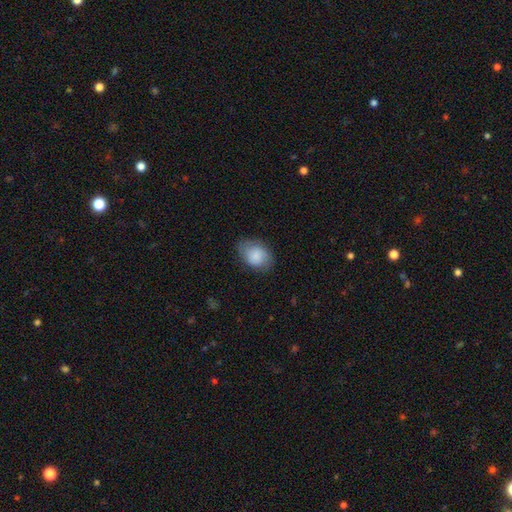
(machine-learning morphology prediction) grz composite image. It shows a smooth galaxy with no disk features (81%) that is in between round and cigar-shaped (74%). Merging: none (72%).